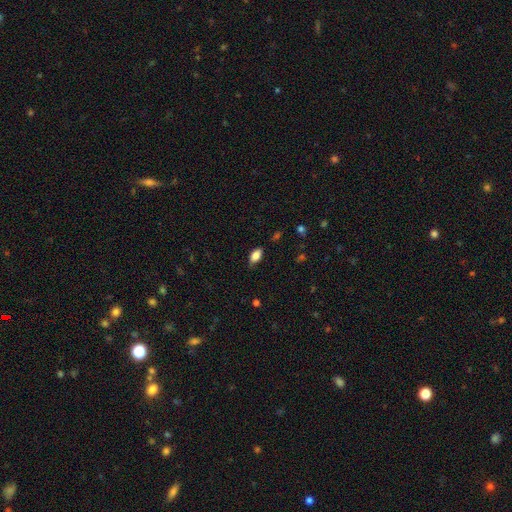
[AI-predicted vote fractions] A smooth galaxy with no disk features (83%) that is in between round and cigar-shaped (89%). Merging: none (75%).